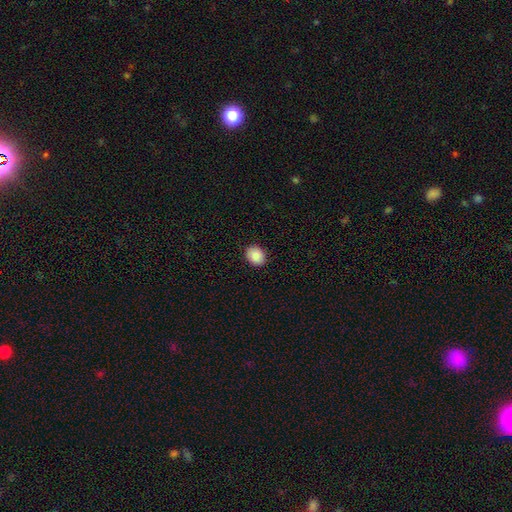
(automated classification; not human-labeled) The model was most divided on "how rounded": round: 51%, in between: 49%, cigar-shaped: 1%. More confident: merging — none (89%); smooth or featured — smooth (88%).